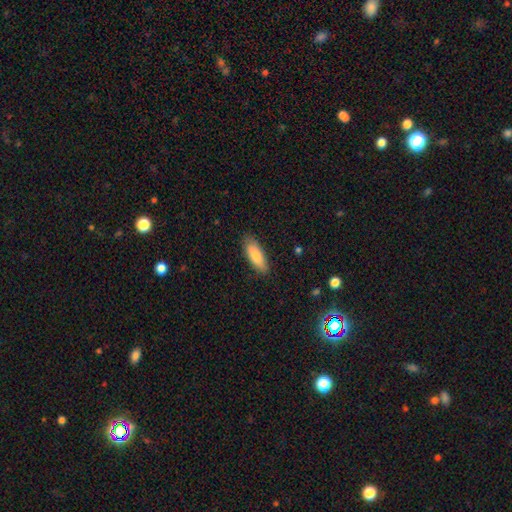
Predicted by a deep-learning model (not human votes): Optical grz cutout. It shows a smooth galaxy with no disk features (79%) that is in between round and cigar-shaped (68%). Merging: none (83%).